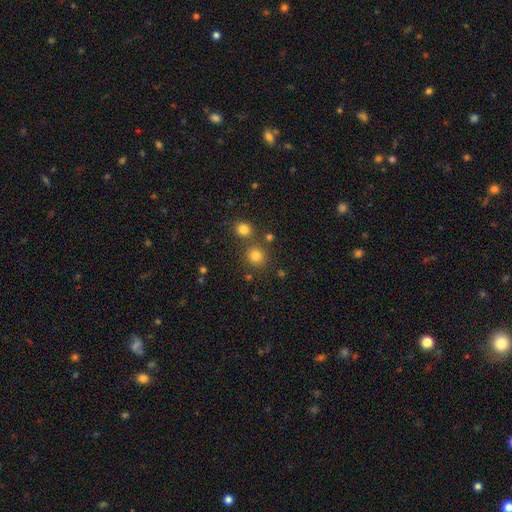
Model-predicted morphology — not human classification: Smooth or featured: smooth — 79% (star or artifact — 15%)
How rounded: round — 90% (in between — 9%)
Merging: none — 77% (merger — 13%)